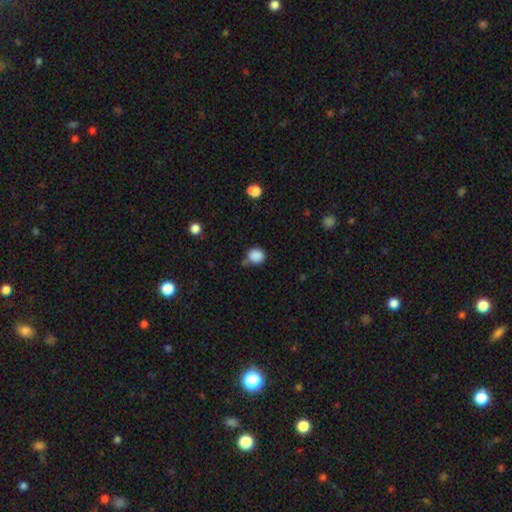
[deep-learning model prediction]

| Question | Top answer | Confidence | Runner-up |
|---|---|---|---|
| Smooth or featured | smooth | 87% | star or artifact (10%) |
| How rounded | round | 77% | in between (22%) |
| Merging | none | 61% | minor disturbance (24%) |